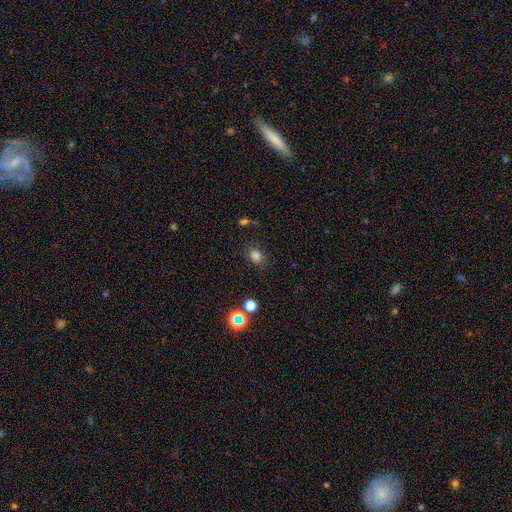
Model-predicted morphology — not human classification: This appears to be a smooth galaxy with no disk features (78%) that is in between round and cigar-shaped (56%). Merging: none (77%).